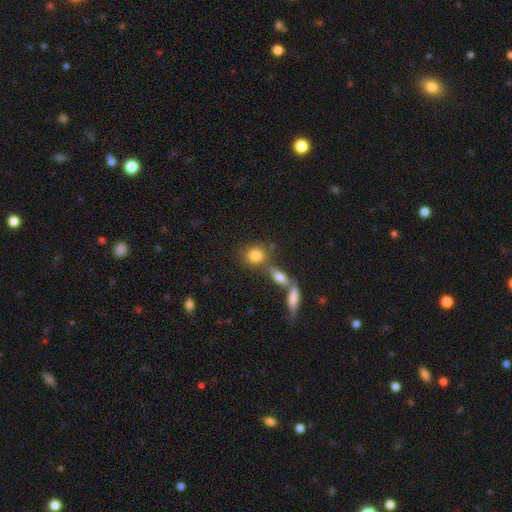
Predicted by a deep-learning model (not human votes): Smooth or featured? Predicted: smooth (p=0.79). How rounded? Predicted: round (p=0.61). Merging? Predicted: none (p=0.56).